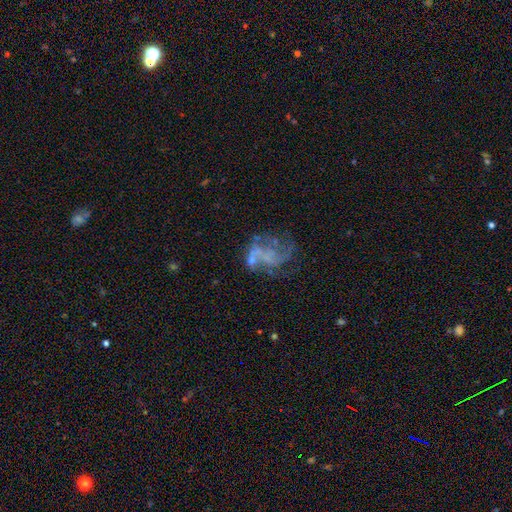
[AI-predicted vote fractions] smooth_or_featured: featured or disk (p=0.66) [alt: smooth p=0.20]
disk_edge_on: no (p=0.98) [alt: yes p=0.02]
bar: no (p=0.82) [alt: weak p=0.15]
has_spiral_arms: no (p=0.63) [alt: yes p=0.37]
bulge_size: none (p=0.75) [alt: small p=0.13]
merging: none (p=0.37) [alt: major disturbance p=0.36]